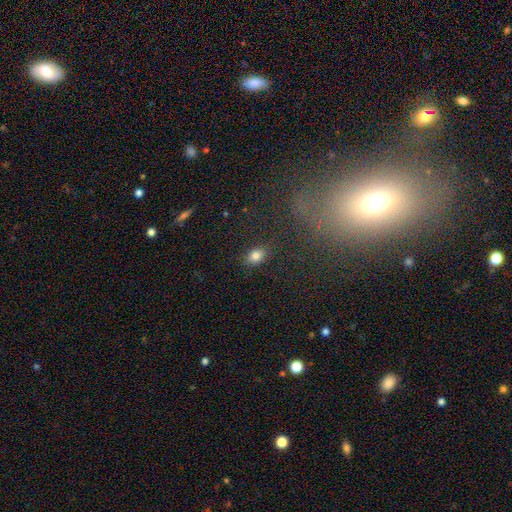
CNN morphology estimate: This appears to be a smooth galaxy with no disk features (82%) that is in between round and cigar-shaped (74%). Merging: none (82%).